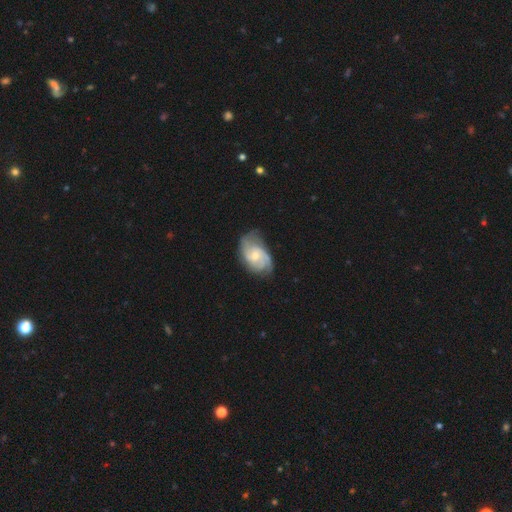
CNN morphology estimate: Smooth or featured?
  - featured or disk: 79% *
  - smooth: 15%
  - star or artifact: 5%
Edge-on disk?
  - no: 97% *
  - yes: 3%
Bar?
  - no: 64% *
  - weak: 32%
  - strong: 4%
Spiral arms?
  - yes: 95% *
  - no: 5%
Spiral winding?
  - medium: 45% *
  - tight: 38%
  - loose: 17%
Spiral arm count?
  - 2: 42% *
  - 3: 27%
  - can't tell: 19%
  - 4: 5%
  - 1: 4%
  - more than 4: 3%
Bulge size?
  - small: 50% *
  - moderate: 45%
  - large: 2%
  - none: 2%
  - dominant: 1%
Merging?
  - none: 64% *
  - minor disturbance: 25%
  - major disturbance: 9%
  - merger: 1%